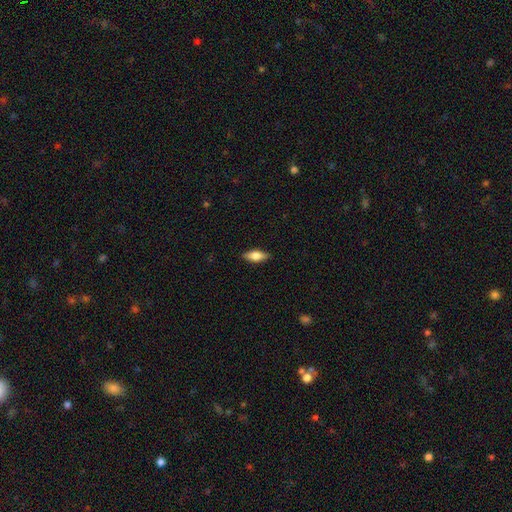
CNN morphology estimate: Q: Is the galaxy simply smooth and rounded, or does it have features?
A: smooth — 68%.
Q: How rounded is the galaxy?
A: in between — 74%.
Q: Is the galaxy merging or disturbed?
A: none — 88%.